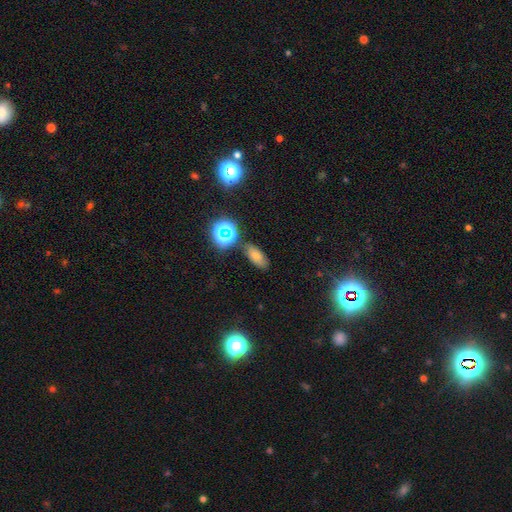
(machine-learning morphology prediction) A smooth galaxy with no disk features (57%) that is in between round and cigar-shaped (78%).

Vote fractions:
- Smooth or featured? smooth: 57% / star or artifact: 30% / featured or disk: 14%
- How rounded? in between: 78% / round: 13% / cigar-shaped: 9%
- Merging? none: 83% / minor disturbance: 10% / merger: 4% / major disturbance: 3%